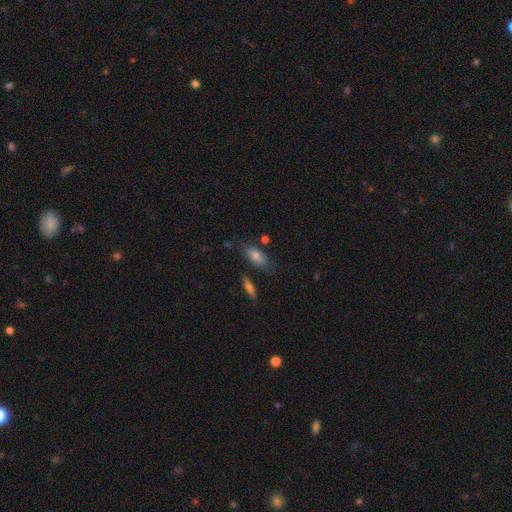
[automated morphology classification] Q: Smooth or featured?
A: smooth (75%); runner-up: featured or disk (15%)
Q: How rounded?
A: in between (82%); runner-up: cigar-shaped (13%)
Q: Merging?
A: none (72%); runner-up: minor disturbance (17%)